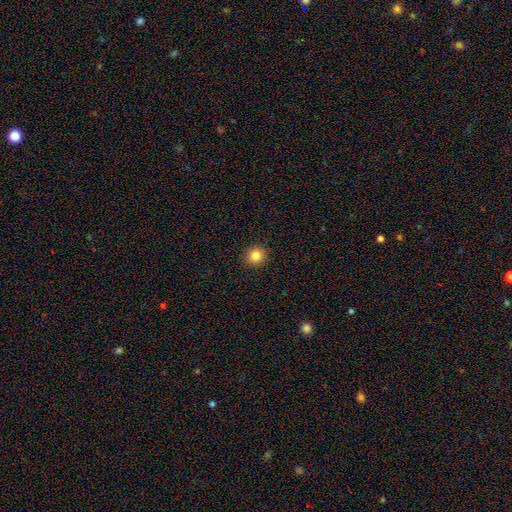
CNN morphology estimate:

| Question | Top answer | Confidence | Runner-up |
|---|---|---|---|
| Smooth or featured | smooth | 84% | star or artifact (11%) |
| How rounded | round | 91% | in between (8%) |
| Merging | none | 92% | minor disturbance (5%) |